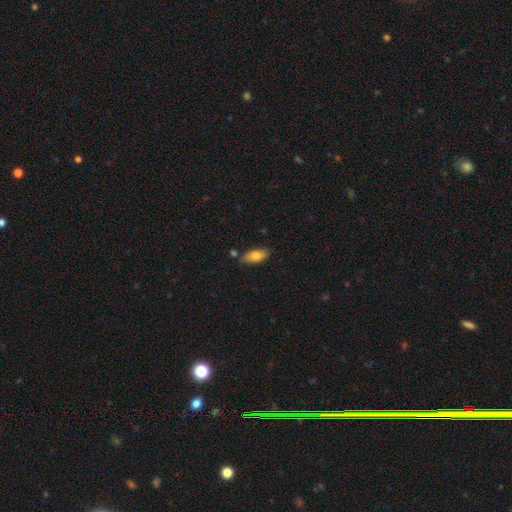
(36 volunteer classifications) Smooth or featured? smooth (78%)
How rounded? in between (89%)
Merging? none (58%)